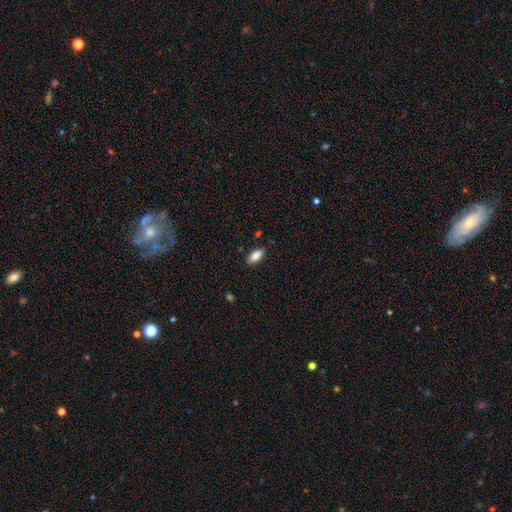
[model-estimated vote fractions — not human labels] smooth 87%, star or artifact 7%, featured or disk 6%. Down the decision tree: how rounded — in between (91%); merging — none (84%).